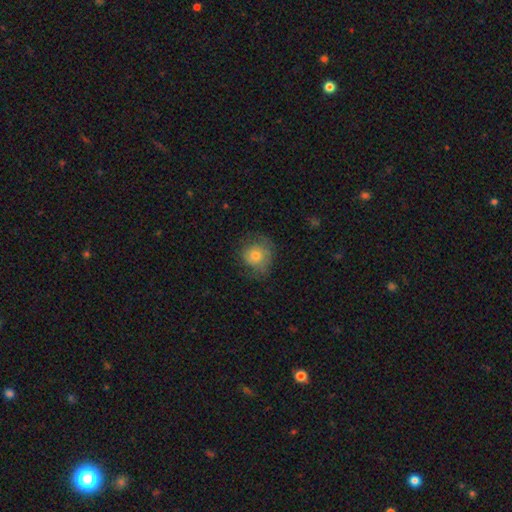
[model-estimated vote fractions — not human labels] smooth 71%, featured or disk 20%, star or artifact 9%. Down the decision tree: how rounded — round (84%); merging — none (62%).